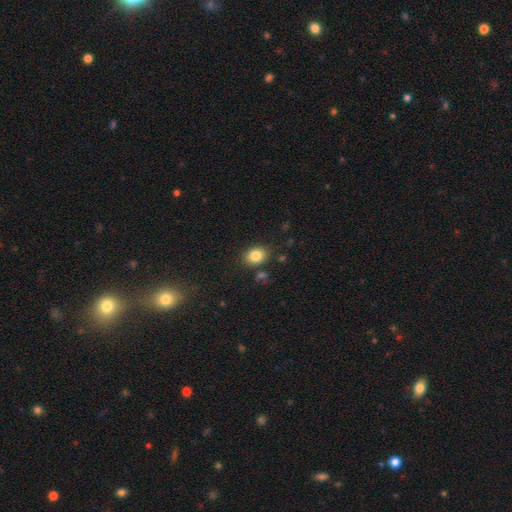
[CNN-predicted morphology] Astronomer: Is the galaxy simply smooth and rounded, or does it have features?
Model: smooth — 84%.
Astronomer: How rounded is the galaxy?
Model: in between — 62%.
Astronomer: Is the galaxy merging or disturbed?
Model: none — 82%.